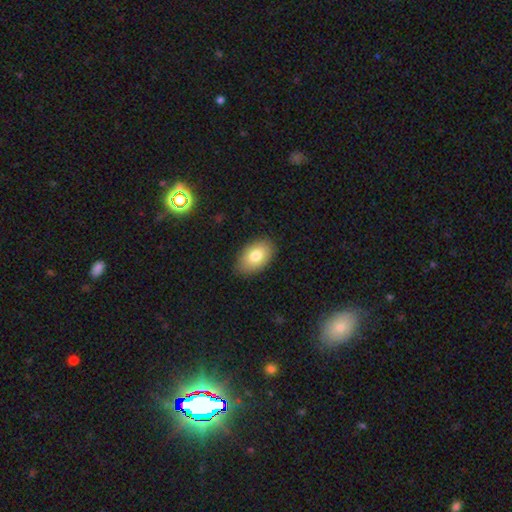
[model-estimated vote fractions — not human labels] The model was most divided on "smooth or featured": smooth: 80%, featured or disk: 13%, star or artifact: 7%. More confident: how rounded — in between (92%); merging — none (85%).